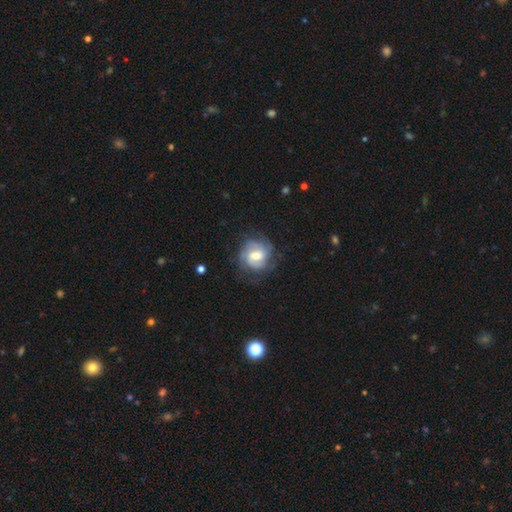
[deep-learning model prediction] smooth-or-featured: featured or disk: 60% | smooth: 32% | star or artifact: 8%
  disk-edge-on: no: 97% | yes: 3%
    bar: weak: 51% | no: 33% | strong: 16%
    has-spiral-arms: yes: 84% | no: 16%
    bulge-size: moderate: 58% | large: 20% | small: 17% | none: 3% | dominant: 2%
  merging: none: 66% | minor disturbance: 20% | major disturbance: 12% | merger: 1%